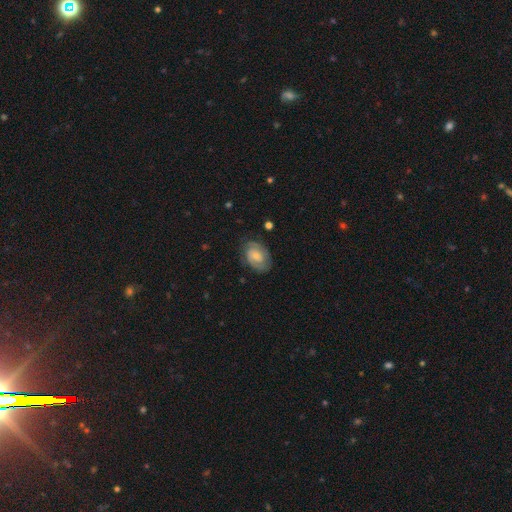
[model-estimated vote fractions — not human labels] Q: Smooth or featured?
A: featured or disk (60%); runner-up: smooth (33%)
Q: Edge-on disk?
A: no (97%); runner-up: yes (3%)
Q: Bar?
A: no (58%); runner-up: weak (35%)
Q: Spiral arms?
A: yes (84%); runner-up: no (16%)
Q: Bulge size?
A: small (44%); runner-up: moderate (35%)
Q: Merging?
A: none (73%); runner-up: minor disturbance (18%)